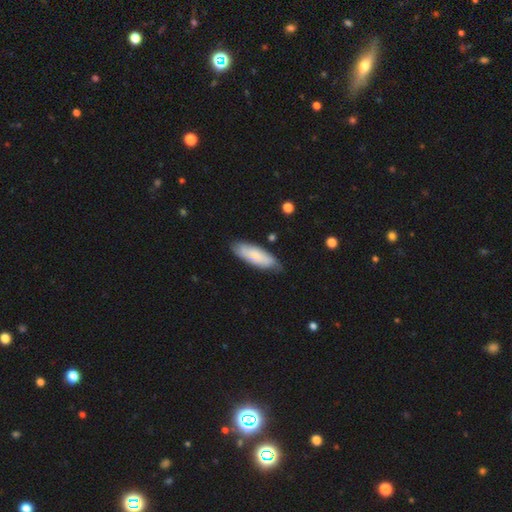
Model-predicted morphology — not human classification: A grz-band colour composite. It shows a smooth galaxy with no disk features (73%) that is in between round and cigar-shaped (60%). Merging: none (77%).